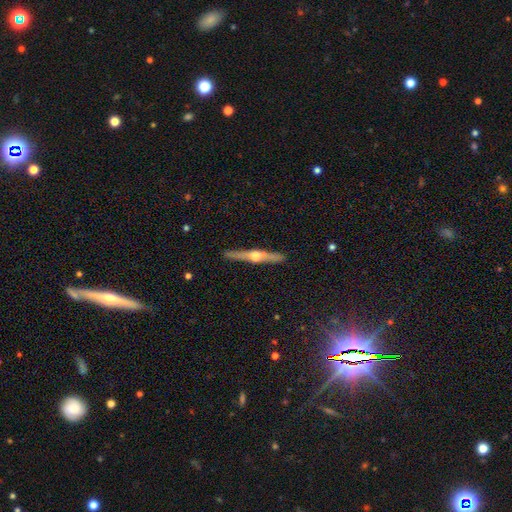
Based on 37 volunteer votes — smooth-or-featured: featured or disk: 89% | smooth: 5% | star or artifact: 5%
  disk-edge-on: yes: 100% | no: 0%
    edge-on-bulge: rounded: 97% | boxy: 3% | none: 0%
  merging: none: 94% | minor disturbance: 6% | major disturbance: 0% | merger: 0%